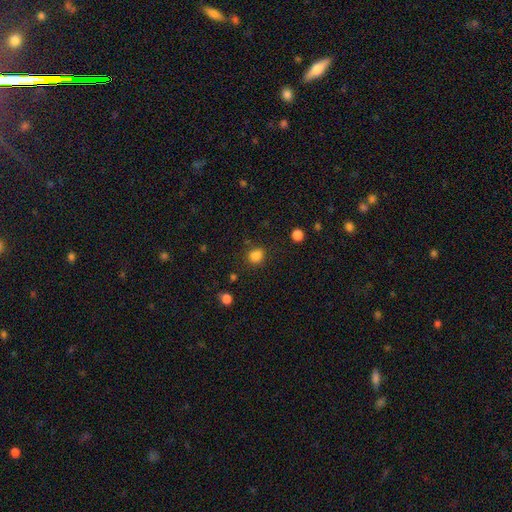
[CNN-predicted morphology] Smooth or featured? Predicted: smooth (p=0.83). How rounded? Predicted: round (p=0.66). Merging? Predicted: none (p=0.77).